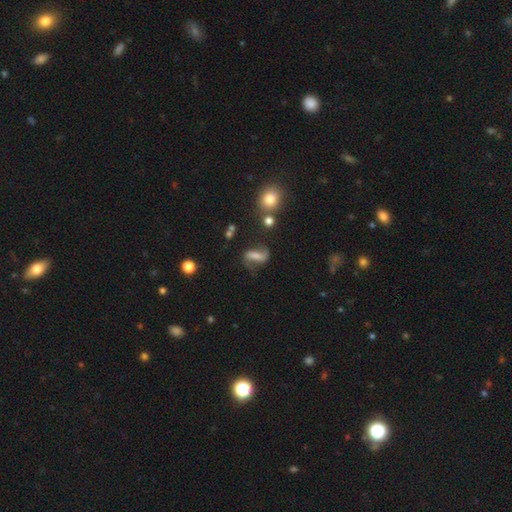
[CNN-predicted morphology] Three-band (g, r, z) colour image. It shows a featured or disk galaxy (65%) with a strong bar (49%), 2 (89%) loose (61%) spiral arms (87%) and a small central bulge (35%). Merging: none (63%).